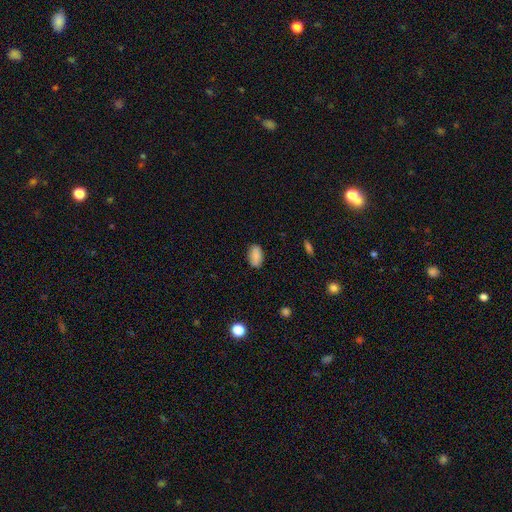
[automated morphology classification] A smooth galaxy with no disk features (87%) that is in between round and cigar-shaped (93%).

Vote fractions:
- Smooth or featured? smooth: 87% / star or artifact: 8% / featured or disk: 5%
- How rounded? in between: 93% / round: 5% / cigar-shaped: 2%
- Merging? none: 86% / minor disturbance: 11% / major disturbance: 2% / merger: 1%